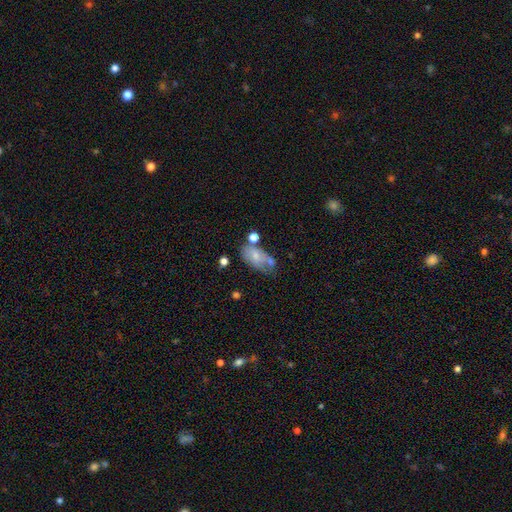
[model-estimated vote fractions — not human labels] smooth-or-featured: smooth: 61% | featured or disk: 30% | star or artifact: 8%
  how-rounded: in between: 90% | round: 7% | cigar-shaped: 3%
  merging: none: 37% | minor disturbance: 26% | merger: 23% | major disturbance: 14%